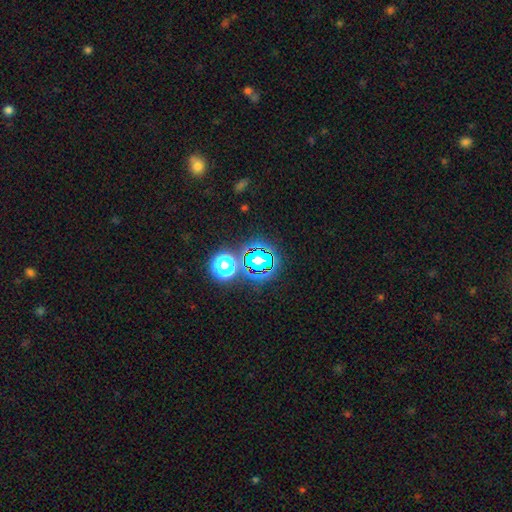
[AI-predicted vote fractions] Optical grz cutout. It shows a star or artifact, not a galaxy (75%).